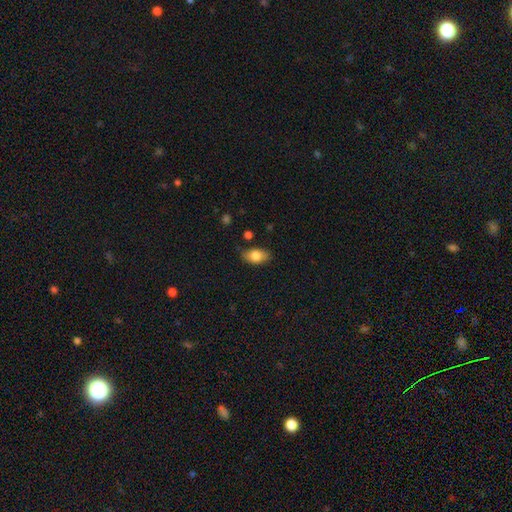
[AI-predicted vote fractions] This appears to be a smooth galaxy with no disk features (80%) that is in between round and cigar-shaped (89%). Merging: none (80%).